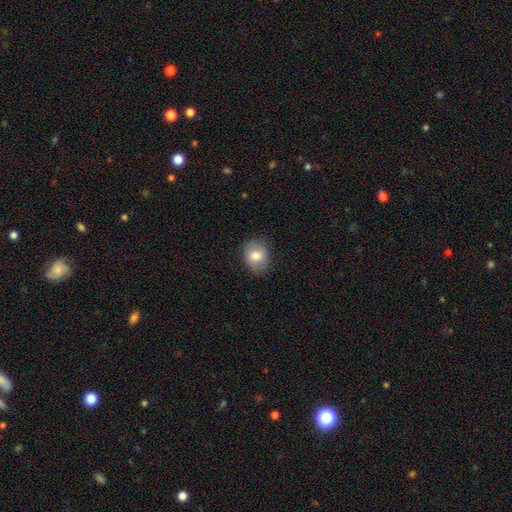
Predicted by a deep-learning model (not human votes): Q: Smooth or featured?
A: smooth (74%); runner-up: featured or disk (18%)
Q: How rounded?
A: round (50%); runner-up: in between (49%)
Q: Merging?
A: none (80%); runner-up: minor disturbance (15%)